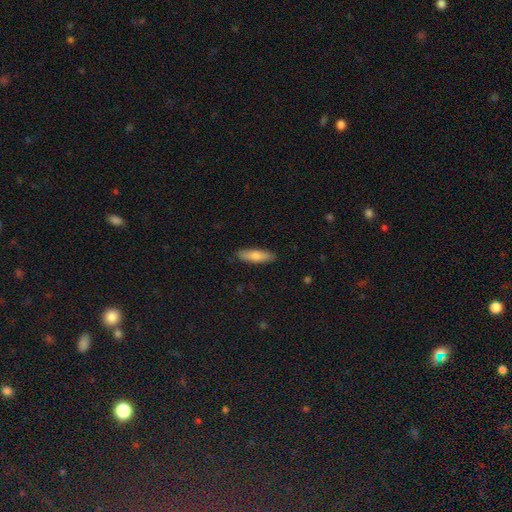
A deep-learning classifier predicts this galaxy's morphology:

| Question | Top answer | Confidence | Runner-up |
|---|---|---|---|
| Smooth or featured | smooth | 79% | featured or disk (15%) |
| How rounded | cigar-shaped | 58% | in between (40%) |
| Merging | none | 88% | minor disturbance (9%) |